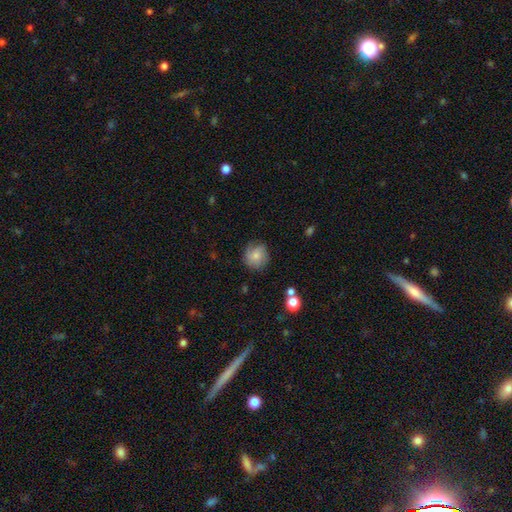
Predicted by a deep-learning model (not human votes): Smooth or featured? smooth (65%)
How rounded? round (88%)
Merging? none (70%)